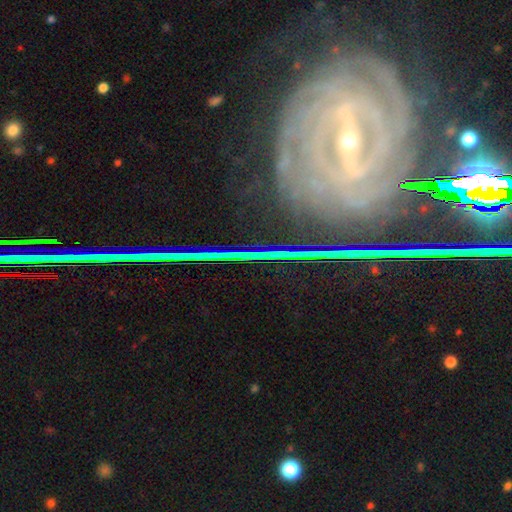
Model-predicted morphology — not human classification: Smooth or featured? Predicted: featured or disk (p=0.84). Edge-on disk? Predicted: no (p=0.91). Bar? Predicted: strong (p=0.66). Spiral arms? Predicted: yes (p=0.95). Spiral winding? Predicted: tight (p=0.80). Spiral arm count? Predicted: can't tell (p=0.26). Bulge size? Predicted: small (p=0.76). Merging? Predicted: none (p=0.77).